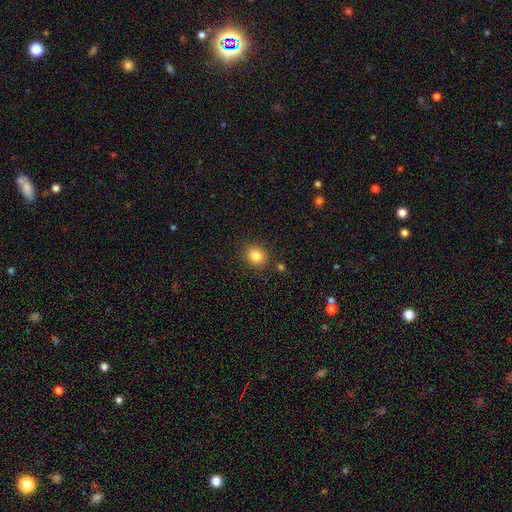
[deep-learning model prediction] smooth_or_featured: smooth (p=0.84) [alt: star or artifact p=0.11]
how_rounded: round (p=0.76) [alt: in between p=0.24]
merging: none (p=0.86) [alt: minor disturbance p=0.08]